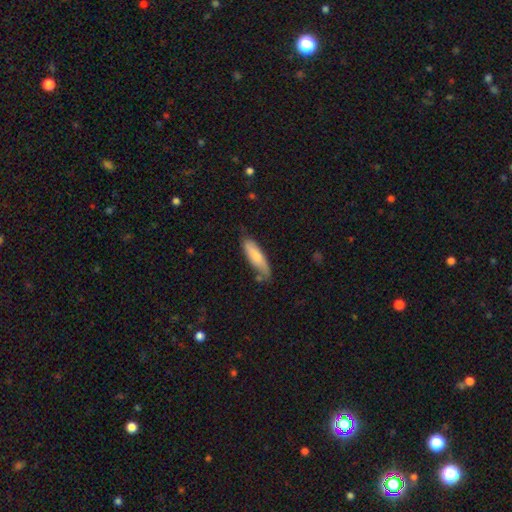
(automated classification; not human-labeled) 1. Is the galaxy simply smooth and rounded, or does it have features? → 73% smooth, 21% featured or disk, 6% star or artifact.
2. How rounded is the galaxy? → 60% cigar-shaped, 38% in between, 2% round.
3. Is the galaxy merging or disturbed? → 65% none, 25% minor disturbance, 5% merger, 5% major disturbance.